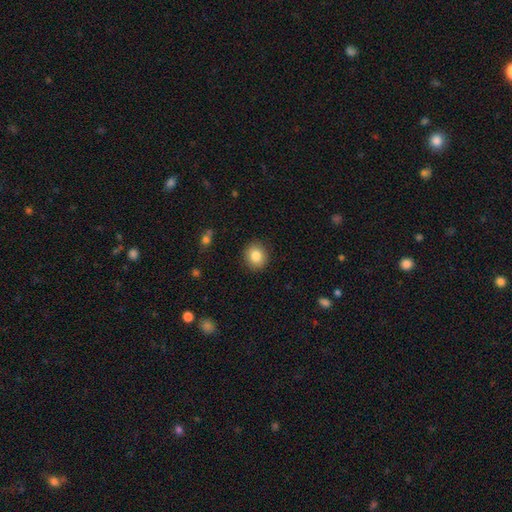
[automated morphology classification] Q: Smooth or featured?
A: smooth (85%); runner-up: star or artifact (9%)
Q: How rounded?
A: round (78%); runner-up: in between (21%)
Q: Merging?
A: none (89%); runner-up: minor disturbance (7%)